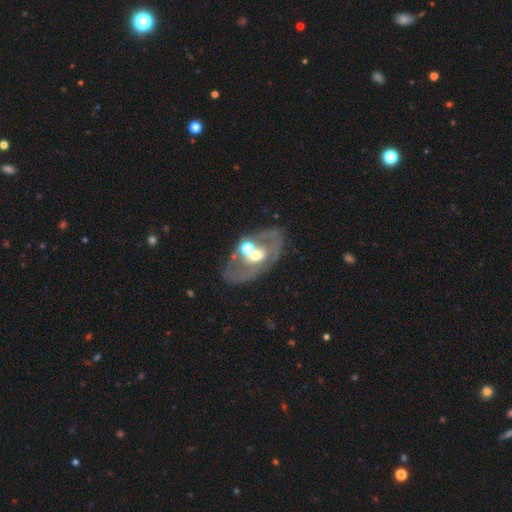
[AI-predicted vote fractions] Morphology: type=featured or disk (69%); edge-on=no (92%); bar=no (66%); spiral arms=no (66%); bulge=moderate (67%); merging=none (59%).